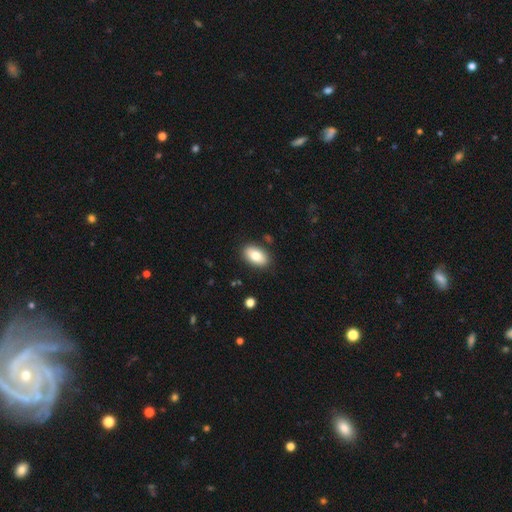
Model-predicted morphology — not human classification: smooth-or-featured: smooth: 82% | featured or disk: 11% | star or artifact: 7%
  how-rounded: in between: 93% | round: 5% | cigar-shaped: 2%
  merging: none: 86% | minor disturbance: 9% | major disturbance: 2% | merger: 2%